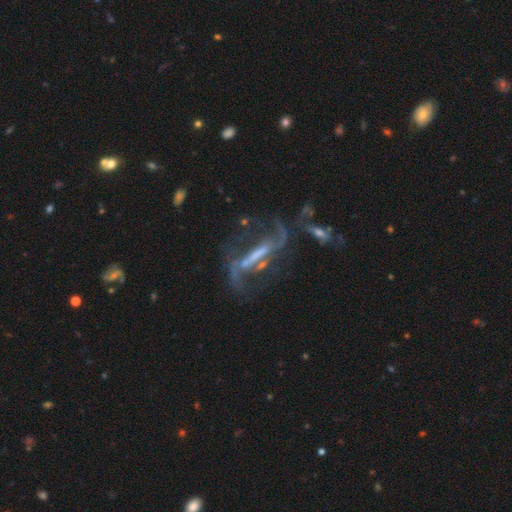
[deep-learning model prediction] Q: Smooth or featured?
A: featured or disk (80%); runner-up: star or artifact (10%)
Q: Edge-on disk?
A: no (81%); runner-up: yes (19%)
Q: Bar?
A: strong (66%); runner-up: weak (21%)
Q: Spiral arms?
A: yes (82%); runner-up: no (18%)
Q: Spiral winding?
A: loose (62%); runner-up: medium (27%)
Q: Spiral arm count?
A: 2 (76%); runner-up: can't tell (12%)
Q: Bulge size?
A: none (44%); runner-up: small (27%)
Q: Merging?
A: none (40%); runner-up: major disturbance (30%)